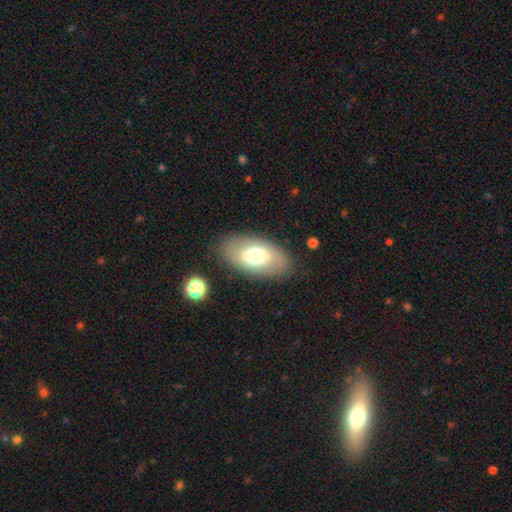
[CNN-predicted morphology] The model was most divided on "smooth or featured": smooth: 65%, featured or disk: 27%, star or artifact: 8%. More confident: how rounded — in between (93%); merging — none (82%).